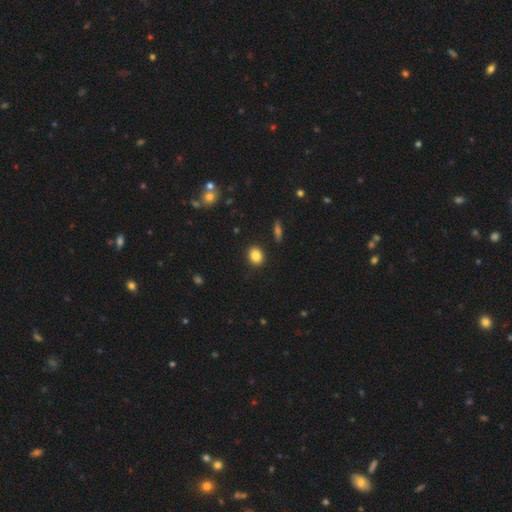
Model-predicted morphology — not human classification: Smooth or featured: smooth — 85% (star or artifact — 9%)
How rounded: round — 52% (in between — 47%)
Merging: none — 89% (minor disturbance — 7%)